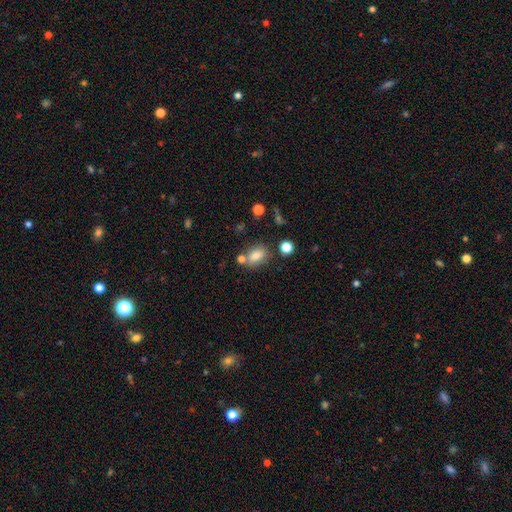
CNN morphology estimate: smooth_or_featured: smooth (p=0.81) [alt: star or artifact p=0.11]
how_rounded: in between (p=0.79) [alt: round p=0.19]
merging: none (p=0.65) [alt: minor disturbance p=0.15]